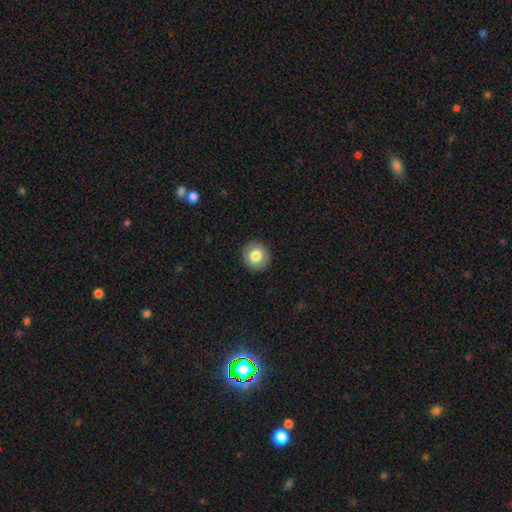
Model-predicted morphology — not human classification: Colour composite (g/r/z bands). It shows a smooth galaxy with no disk features (80%) that is round (90%). Merging: none (91%).